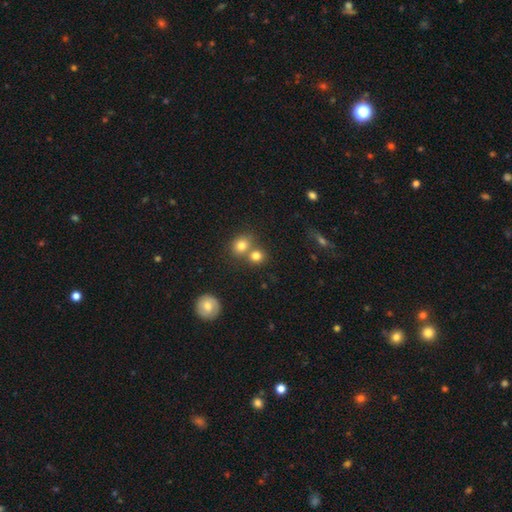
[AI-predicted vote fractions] Overall: smooth (79%). How rounded: round (77%). Merging: none (50%; merger 38%).